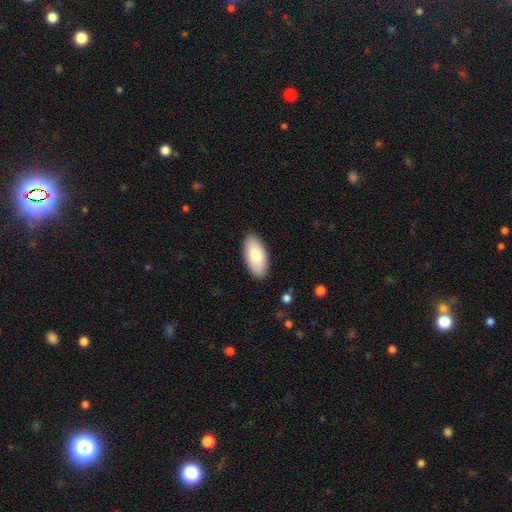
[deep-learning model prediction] A smooth galaxy with no disk features (82%) that is in between round and cigar-shaped (93%).

Vote fractions:
- Smooth or featured? smooth: 82% / featured or disk: 13% / star or artifact: 5%
- How rounded? in between: 93% / cigar-shaped: 5% / round: 2%
- Merging? none: 88% / minor disturbance: 9% / major disturbance: 2% / merger: 1%